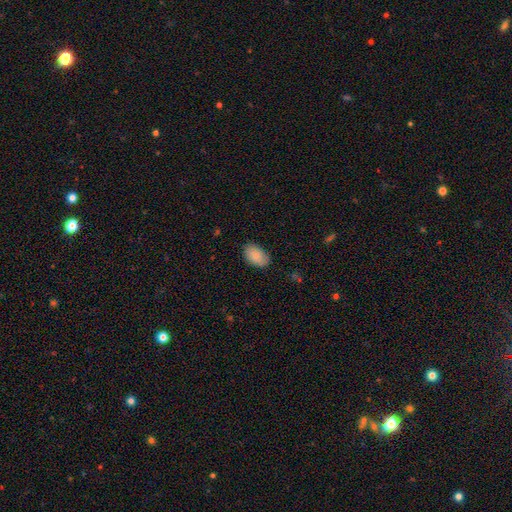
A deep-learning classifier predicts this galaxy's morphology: This appears to be a smooth galaxy with no disk features (88%) that is in between round and cigar-shaped (92%). Merging: none (82%).